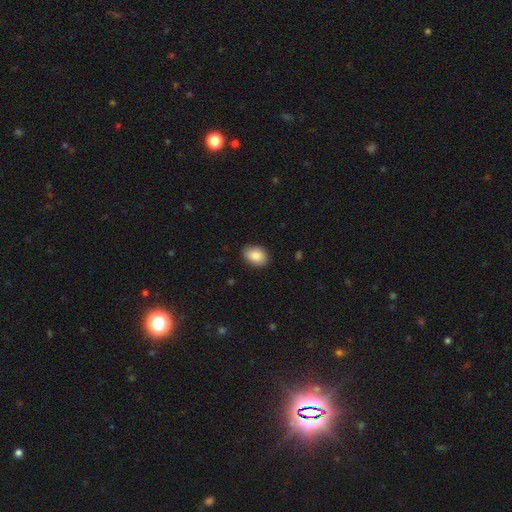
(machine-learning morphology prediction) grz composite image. It shows a smooth galaxy with no disk features (88%) that is in between round and cigar-shaped (79%). Merging: none (87%).